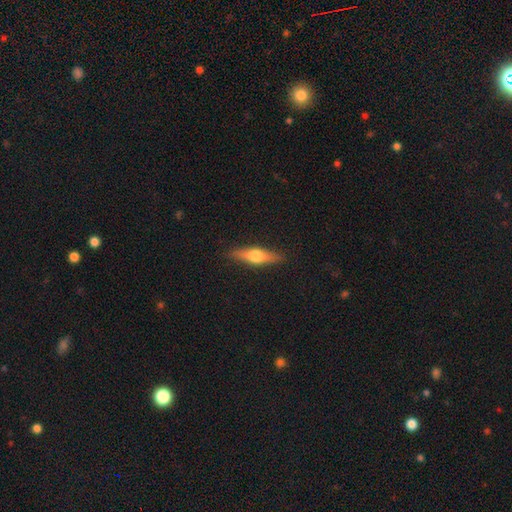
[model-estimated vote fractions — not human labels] smooth-or-featured: featured or disk: 47% (tied) | smooth: 47% (tied) | star or artifact: 6%
  merging: none: 89% | minor disturbance: 8% | major disturbance: 2% | merger: 1%